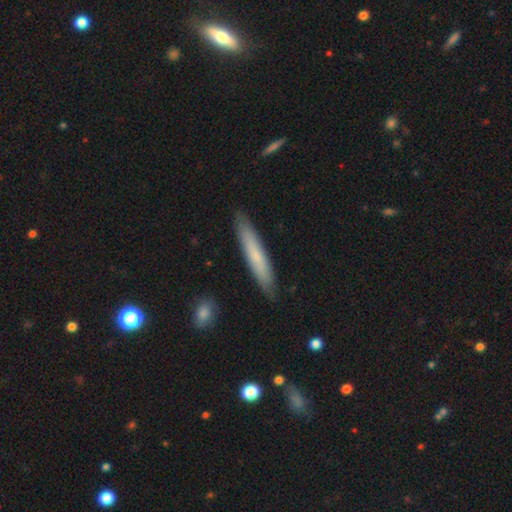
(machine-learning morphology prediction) Smooth or featured?
  - smooth: 64% *
  - featured or disk: 30%
  - star or artifact: 6%
How rounded?
  - cigar-shaped: 93% *
  - in between: 6%
  - round: 1%
Merging?
  - none: 88% *
  - minor disturbance: 9%
  - major disturbance: 2%
  - merger: 1%